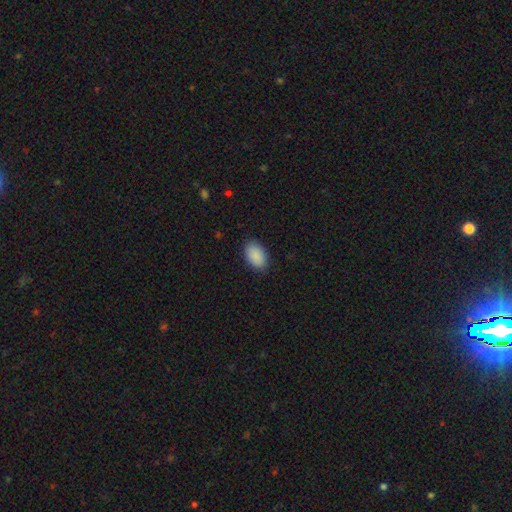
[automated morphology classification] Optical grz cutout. It shows a smooth galaxy with no disk features (90%) that is in between round and cigar-shaped (91%). Merging: none (86%).